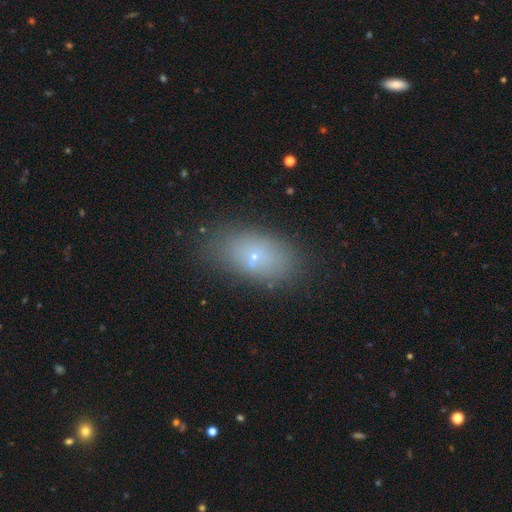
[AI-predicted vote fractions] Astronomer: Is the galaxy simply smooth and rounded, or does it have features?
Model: smooth — 66%.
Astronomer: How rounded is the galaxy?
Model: in between — 85%.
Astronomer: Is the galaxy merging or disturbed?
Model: none — 81%.